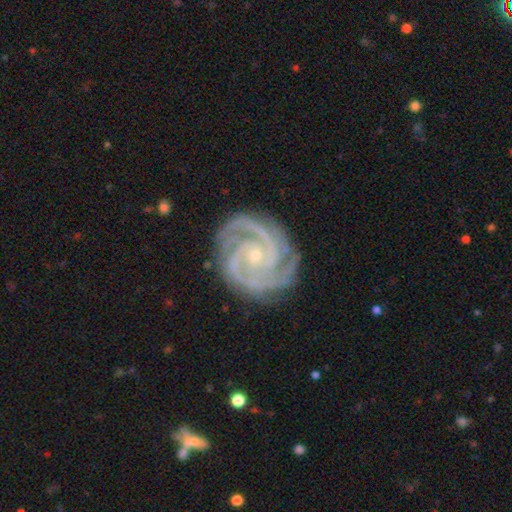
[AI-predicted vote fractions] The model was most divided on "spiral arm count": 3: 42%, 2: 26%, 4: 14%, can't tell: 7%, more than 4: 6%, 1: 6%. More confident: spiral arms — yes (99%); edge-on disk — no (98%); smooth or featured — featured or disk (93%); bulge size — small (84%); merging — none (82%); spiral winding — tight (73%); bar — no (71%).